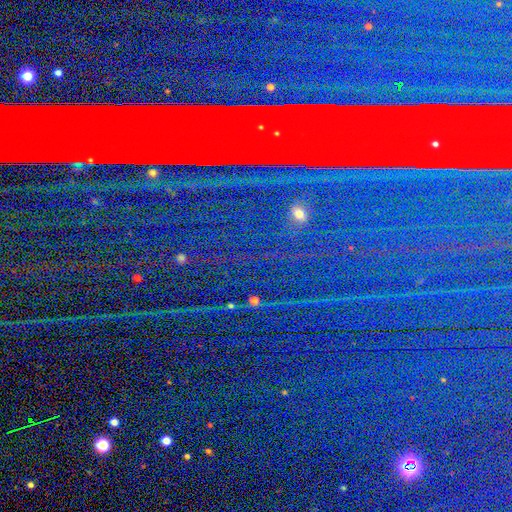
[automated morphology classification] Smooth or featured? star or artifact (86%)